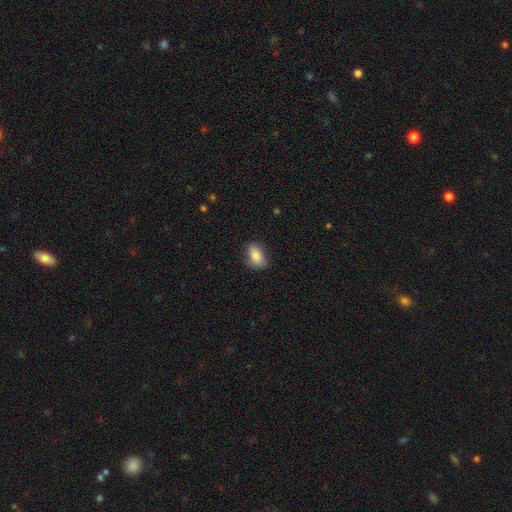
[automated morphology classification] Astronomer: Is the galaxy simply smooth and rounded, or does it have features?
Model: smooth — 75%.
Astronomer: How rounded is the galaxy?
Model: in between — 86%.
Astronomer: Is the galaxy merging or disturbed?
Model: none — 75%.